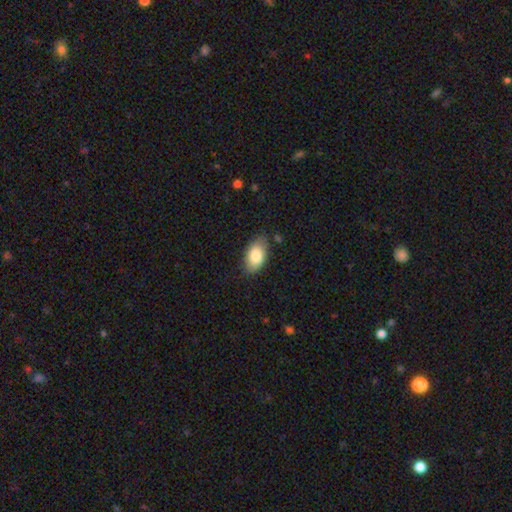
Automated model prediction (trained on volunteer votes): This is clearly a smooth galaxy (84%). How rounded: clearly in between (93%). Merging: likely none (79%).